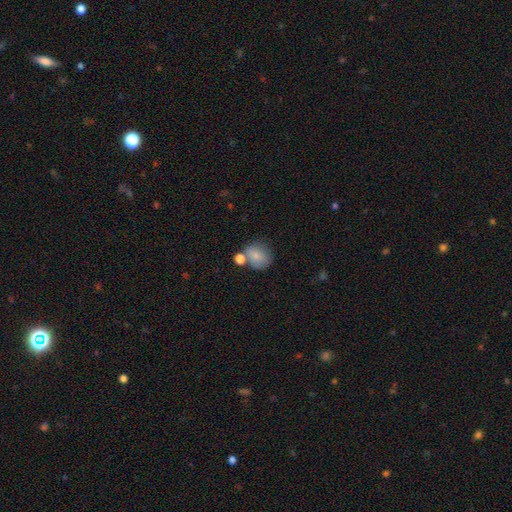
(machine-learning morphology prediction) smooth 80%, featured or disk 11%, star or artifact 9%. Down the decision tree: how rounded — round (70%); merging — none (52%).